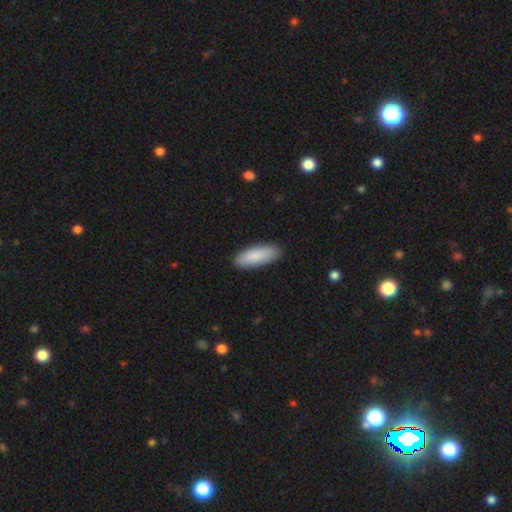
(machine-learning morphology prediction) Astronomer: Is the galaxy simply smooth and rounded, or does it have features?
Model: smooth — 88%.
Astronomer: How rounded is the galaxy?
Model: in between — 64%.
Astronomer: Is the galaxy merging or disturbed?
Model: none — 89%.